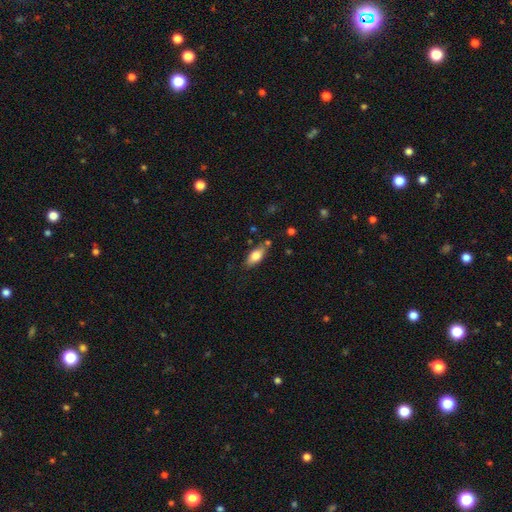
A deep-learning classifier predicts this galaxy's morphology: Smooth or featured? Predicted: smooth (p=0.76). How rounded? Predicted: in between (p=0.83). Merging? Predicted: none (p=0.73).